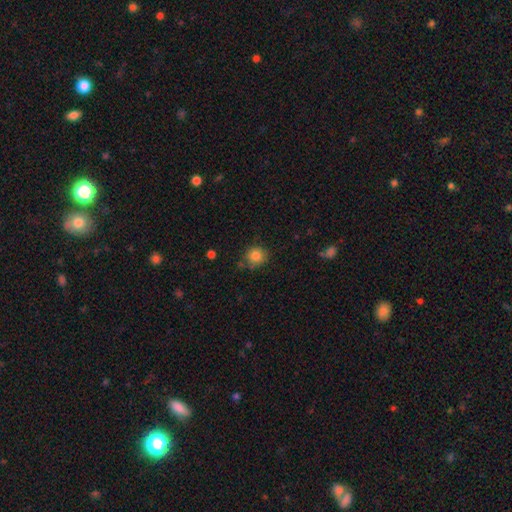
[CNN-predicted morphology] Overall: smooth (84%). How rounded: round (84%). Merging: none (73%).